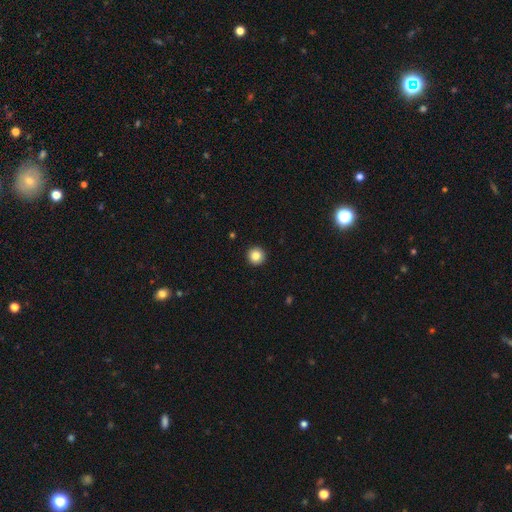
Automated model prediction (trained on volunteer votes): Overall: smooth (85%). How rounded: round (96%). Merging: none (94%).